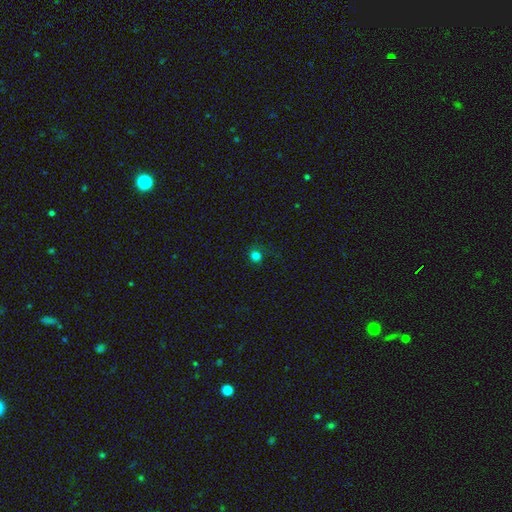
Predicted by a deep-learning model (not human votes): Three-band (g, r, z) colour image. It shows a smooth galaxy with no disk features (78%) that is round (86%). Merging: none (77%).